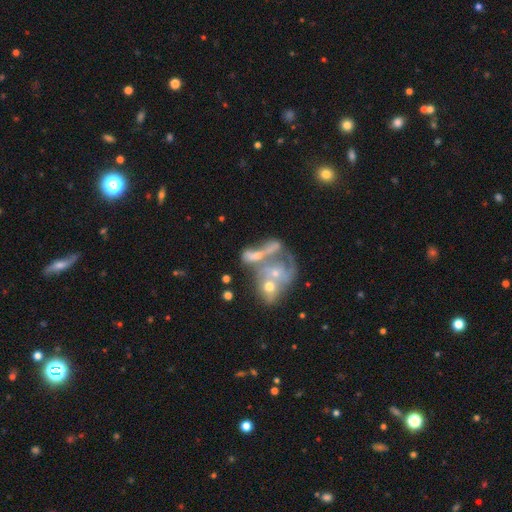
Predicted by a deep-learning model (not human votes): Smooth or featured?
  - featured or disk: 49% *
  - smooth: 35%
  - star or artifact: 15%
Merging?
  - merger: 64% *
  - major disturbance: 15%
  - none: 13%
  - minor disturbance: 8%